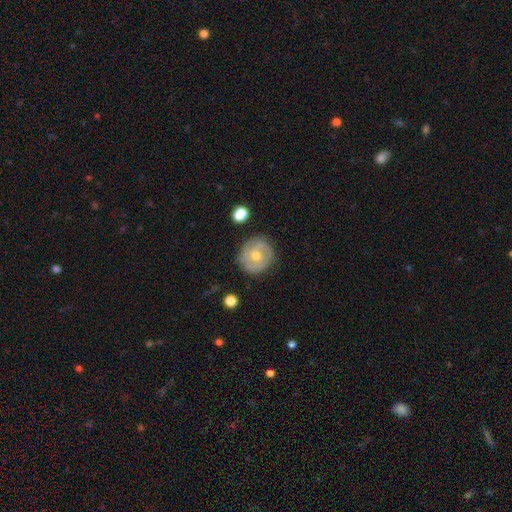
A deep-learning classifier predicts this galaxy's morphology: This appears to be a featured or disk galaxy (65%) with no bar (62%), spiral arms (78%) and a moderate central bulge (66%). Merging: none (81%).